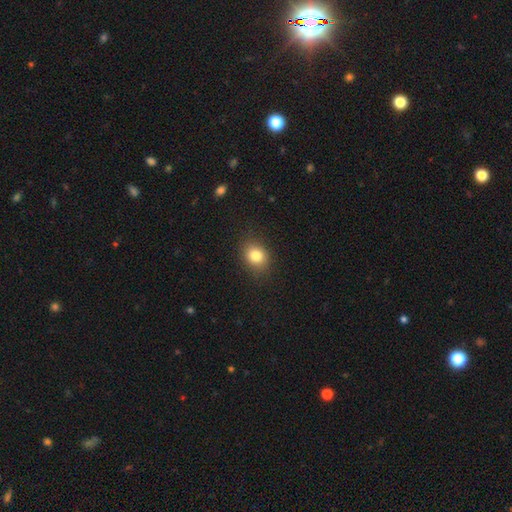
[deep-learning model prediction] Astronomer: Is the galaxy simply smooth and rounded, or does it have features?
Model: smooth — 82%.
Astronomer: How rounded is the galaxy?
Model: round — 50% (runner-up: in between, 49%).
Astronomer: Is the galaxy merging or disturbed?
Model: none — 84%.